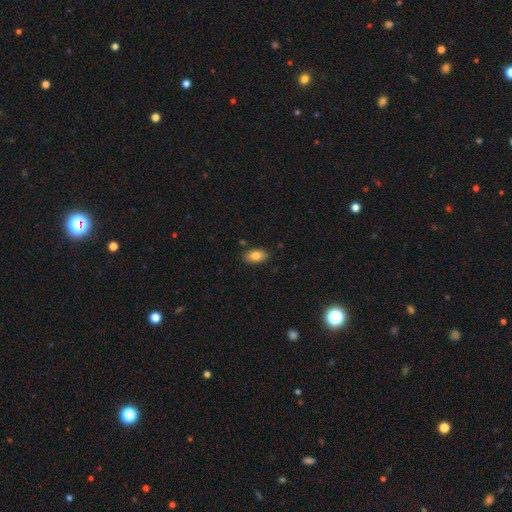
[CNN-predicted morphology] Q: Smooth or featured?
A: smooth (84%); runner-up: featured or disk (8%)
Q: How rounded?
A: in between (92%); runner-up: round (6%)
Q: Merging?
A: none (86%); runner-up: minor disturbance (10%)